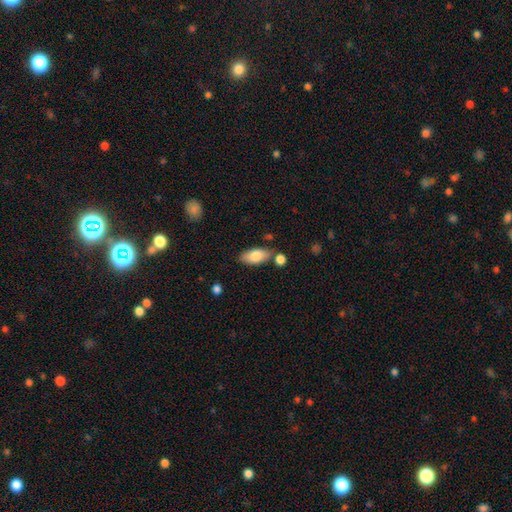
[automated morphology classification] A smooth galaxy with no disk features (81%) that is in between round and cigar-shaped (90%).

Vote fractions:
- Smooth or featured? smooth: 81% / featured or disk: 13% / star or artifact: 6%
- How rounded? in between: 90% / cigar-shaped: 7% / round: 3%
- Merging? none: 75% / minor disturbance: 13% / merger: 9% / major disturbance: 3%